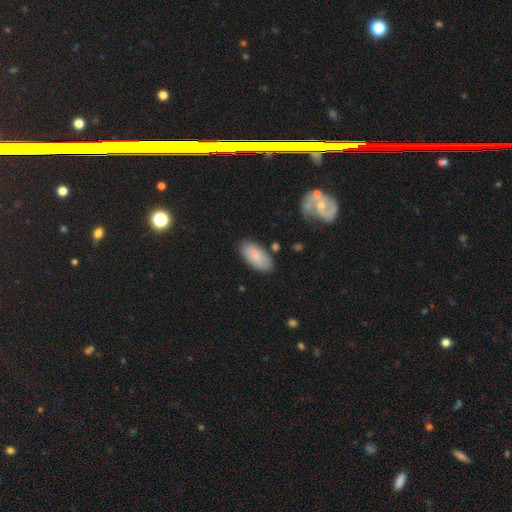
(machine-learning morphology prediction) The model was most divided on "smooth or featured": smooth: 79%, featured or disk: 15%, star or artifact: 6%. More confident: how rounded — in between (94%); merging — none (80%).